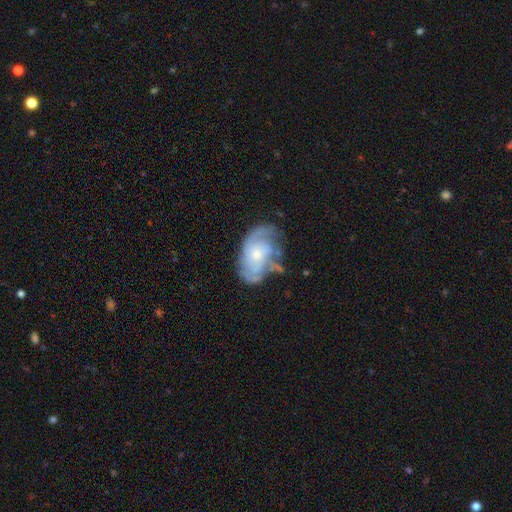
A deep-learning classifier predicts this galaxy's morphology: This appears to be a featured or disk galaxy (73%) with no bar (73%), tight (45%) spiral arms (85%) and a small central bulge (57%). Merging: none (52%).